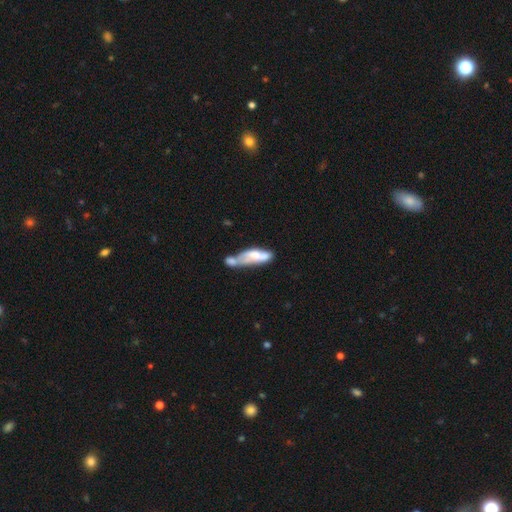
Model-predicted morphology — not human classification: smooth_or_featured: smooth (p=0.50) [alt: featured or disk p=0.43]
how_rounded: in between (p=0.54) [alt: cigar-shaped p=0.44]
merging: merger (p=0.56) [alt: major disturbance p=0.15]